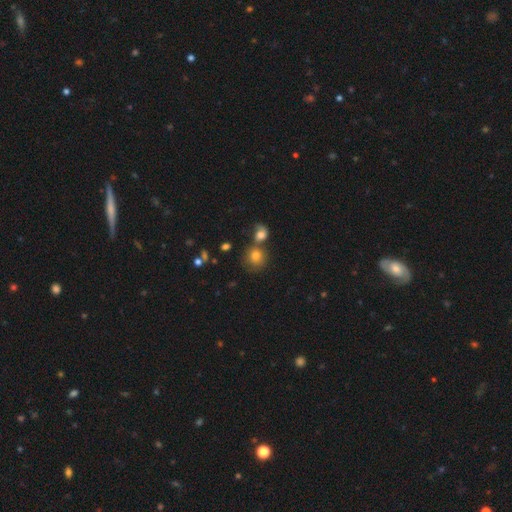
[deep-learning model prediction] A smooth galaxy with no disk features (77%) that is round (83%). Merging: none (47%).